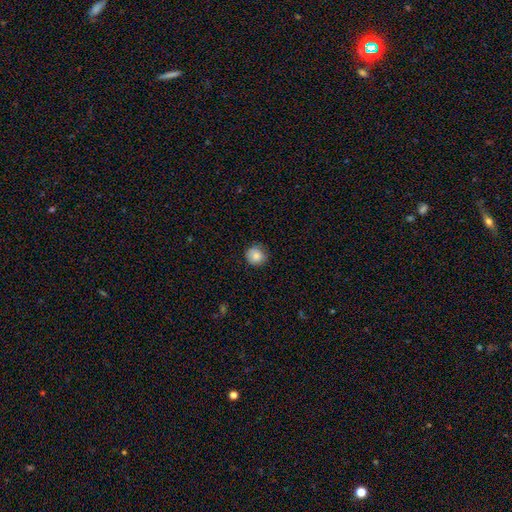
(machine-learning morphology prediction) Q: Smooth or featured?
A: smooth (84%); runner-up: star or artifact (9%)
Q: How rounded?
A: round (92%); runner-up: in between (7%)
Q: Merging?
A: none (83%); runner-up: minor disturbance (14%)